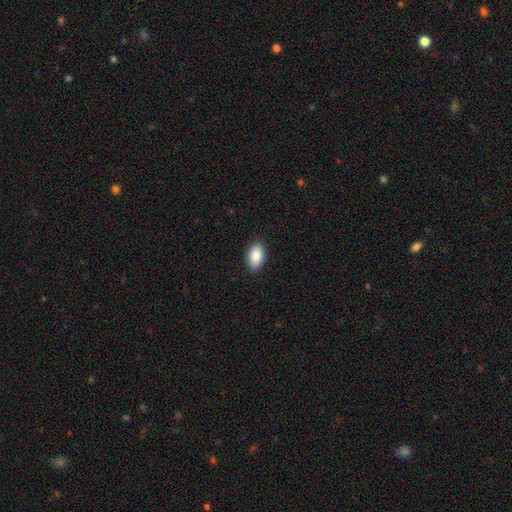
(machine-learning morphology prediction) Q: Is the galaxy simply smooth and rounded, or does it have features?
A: smooth — 88%.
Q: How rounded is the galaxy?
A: in between — 93%.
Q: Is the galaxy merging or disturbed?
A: none — 90%.